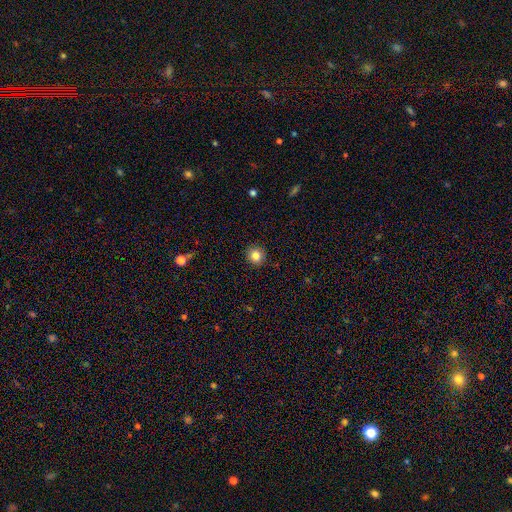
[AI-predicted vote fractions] smooth 83%, star or artifact 11%, featured or disk 6%. Down the decision tree: how rounded — round (89%); merging — none (91%).